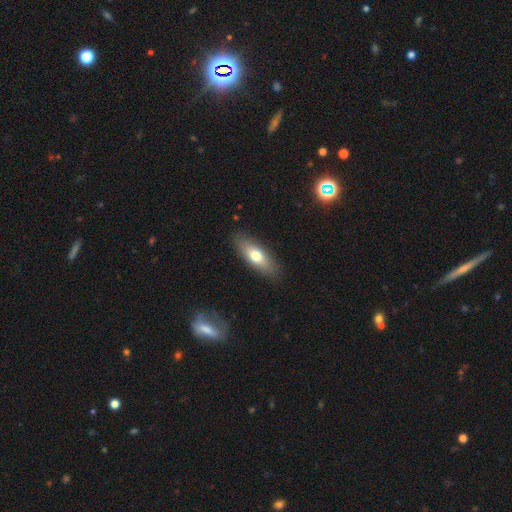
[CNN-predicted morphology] Smooth or featured?
  - smooth: 67% *
  - featured or disk: 26%
  - star or artifact: 6%
How rounded?
  - in between: 64% *
  - cigar-shaped: 33%
  - round: 3%
Merging?
  - none: 87% *
  - minor disturbance: 10%
  - major disturbance: 3%
  - merger: 1%